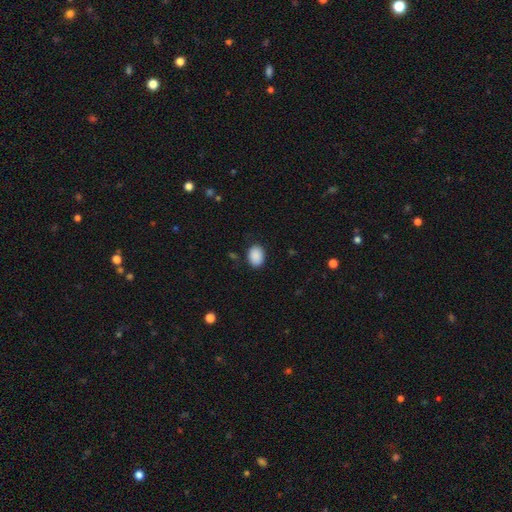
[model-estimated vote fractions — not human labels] smooth 90%, star or artifact 7%, featured or disk 3%. Down the decision tree: how rounded — in between (73%); merging — none (87%).